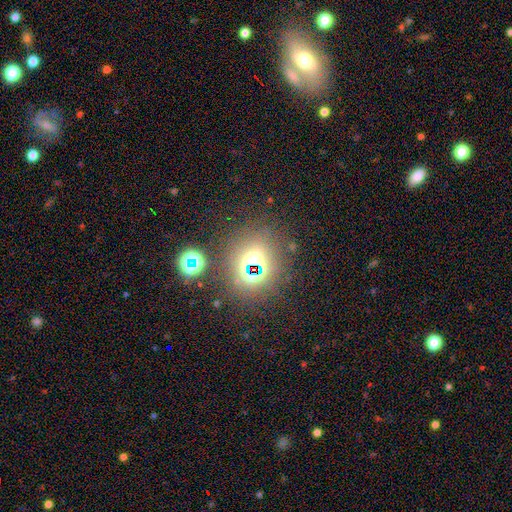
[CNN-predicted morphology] This is possibly a star or artifact rather than a galaxy (56%).